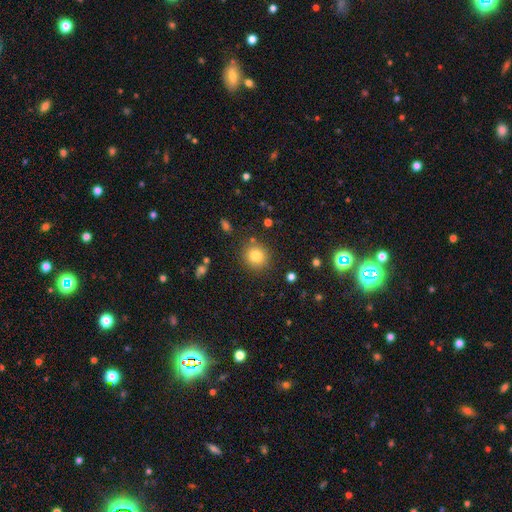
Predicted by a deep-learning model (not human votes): The model was most divided on "smooth or featured": smooth: 81%, star or artifact: 12%, featured or disk: 7%. More confident: how rounded — round (89%); merging — none (86%).